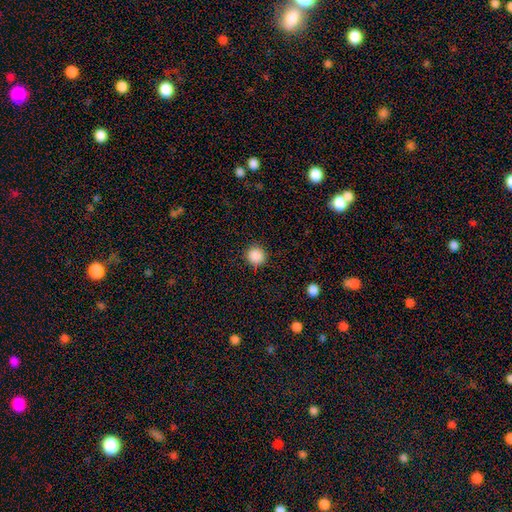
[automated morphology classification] smooth 87%, star or artifact 10%, featured or disk 3%. Down the decision tree: how rounded — round (92%); merging — none (88%).